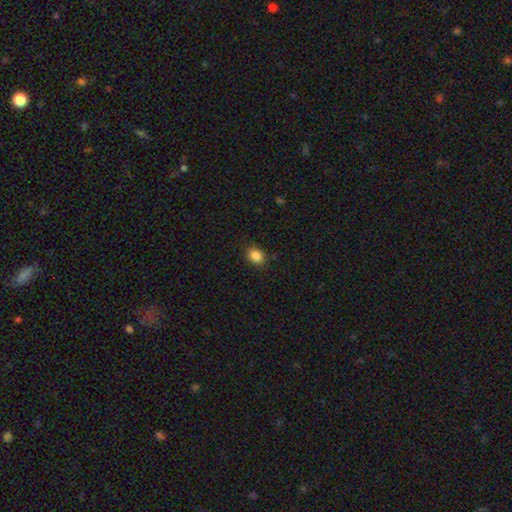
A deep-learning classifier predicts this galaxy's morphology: Smooth or featured? smooth (86%)
How rounded? in between (50%)
Merging? none (87%)